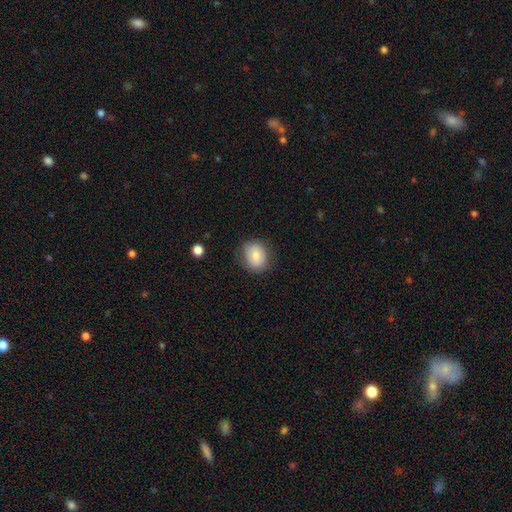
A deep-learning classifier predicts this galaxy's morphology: This appears to be a smooth galaxy with no disk features (80%) that is round (52%). Merging: none (77%).